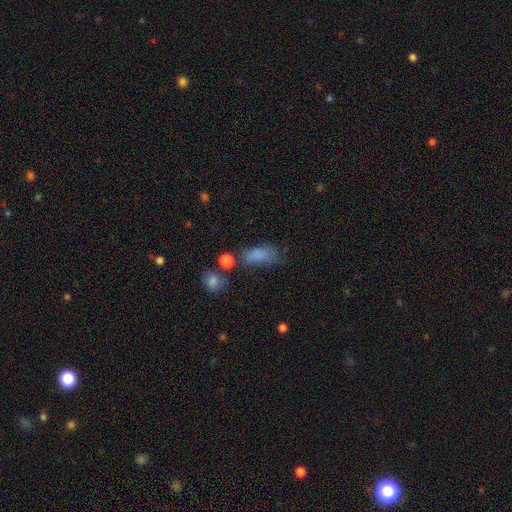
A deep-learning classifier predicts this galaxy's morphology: Smooth or featured? Predicted: smooth (p=0.76). How rounded? Predicted: in between (p=0.81). Merging? Predicted: none (p=0.49).